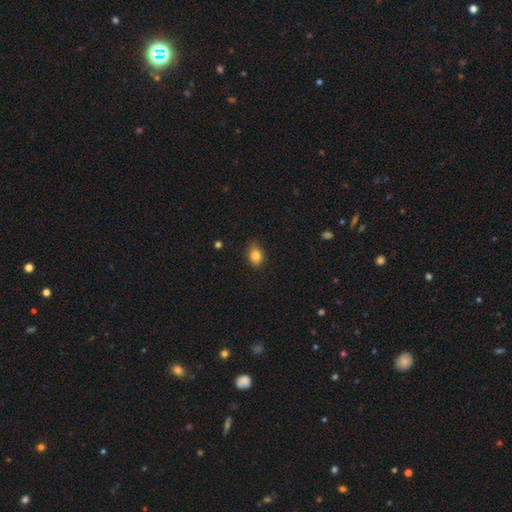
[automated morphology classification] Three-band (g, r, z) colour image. It shows a smooth galaxy with no disk features (83%) that is in between round and cigar-shaped (68%). Merging: none (80%).